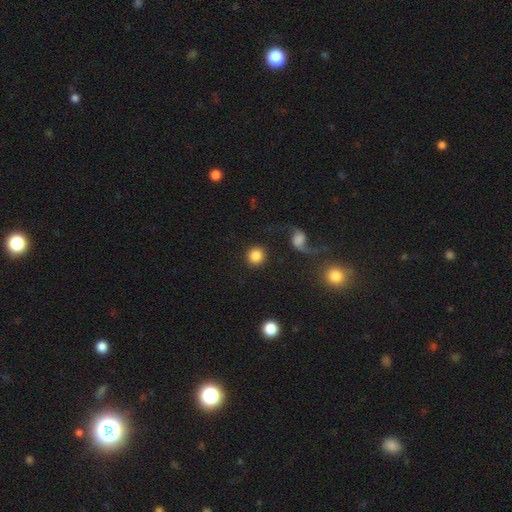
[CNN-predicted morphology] Smooth or featured? smooth (82%)
How rounded? round (91%)
Merging? none (84%)